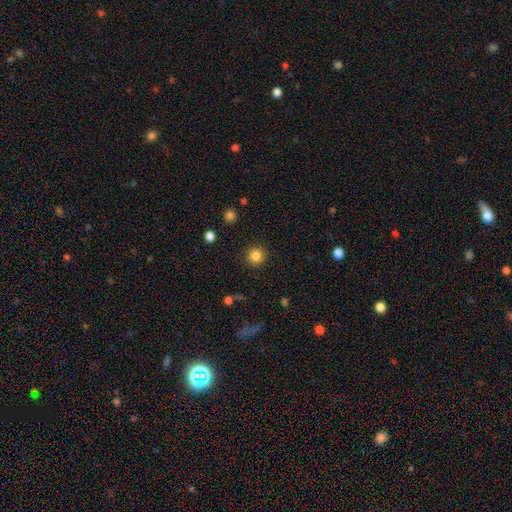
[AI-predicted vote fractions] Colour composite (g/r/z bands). It shows a smooth galaxy with no disk features (84%) that is round (94%). Merging: none (91%).